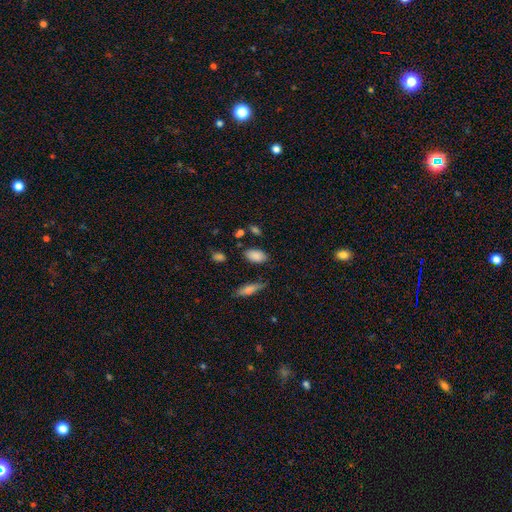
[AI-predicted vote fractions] This is clearly a smooth galaxy (85%). How rounded: clearly in between (92%). Merging: likely none (77%).